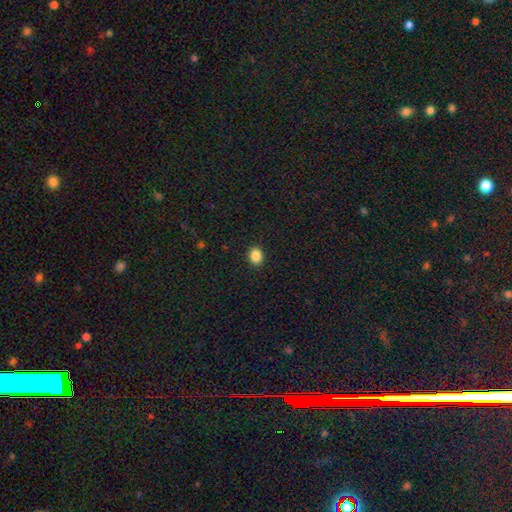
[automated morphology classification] This appears to be a smooth galaxy with no disk features (87%) that is in between round and cigar-shaped (51%). Merging: none (91%).